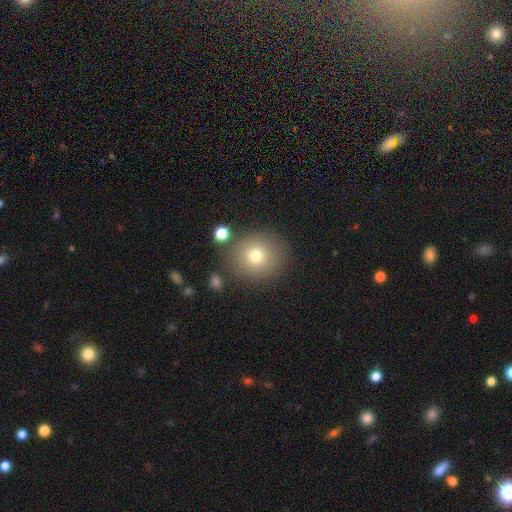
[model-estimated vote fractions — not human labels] This is likely a smooth galaxy (75%). How rounded: clearly round (88%). Merging: clearly none (83%).